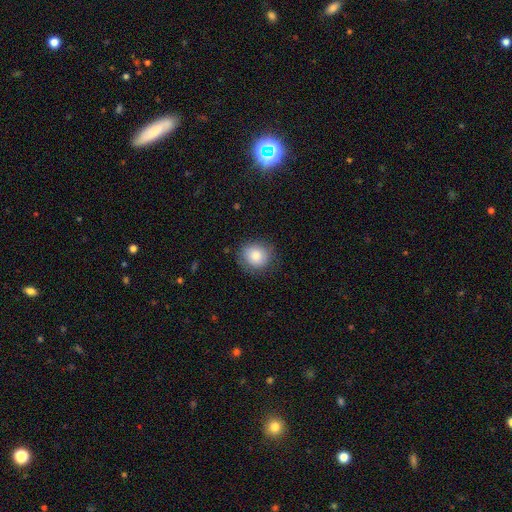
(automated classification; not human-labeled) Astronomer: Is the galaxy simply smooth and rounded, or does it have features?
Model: smooth — 82%.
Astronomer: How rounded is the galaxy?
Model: round — 84%.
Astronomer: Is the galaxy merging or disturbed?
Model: none — 82%.